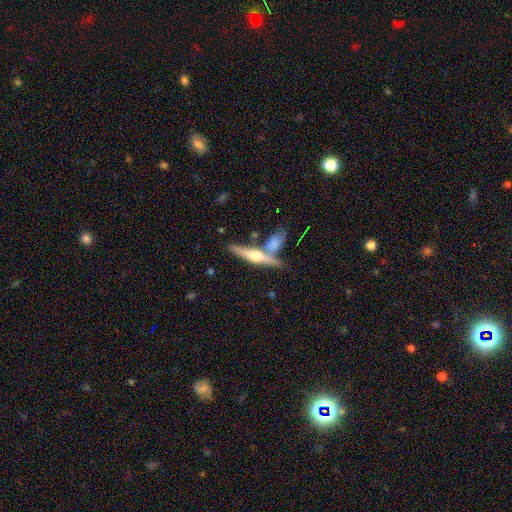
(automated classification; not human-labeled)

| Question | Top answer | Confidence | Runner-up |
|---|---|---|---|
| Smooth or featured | featured or disk | 66% | smooth (28%) |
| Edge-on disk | yes | 96% | no (4%) |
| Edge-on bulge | rounded | 92% | none (4%) |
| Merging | none | 64% | merger (24%) |